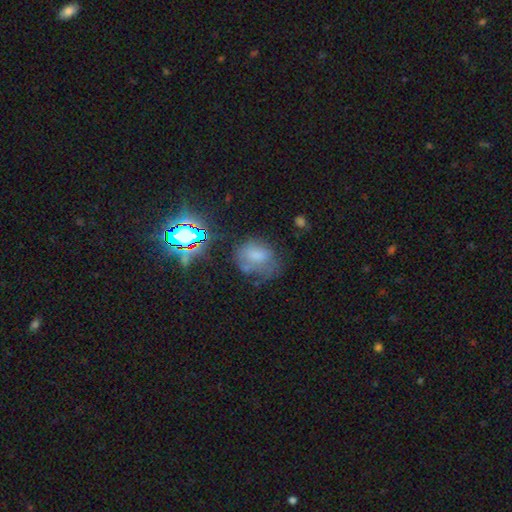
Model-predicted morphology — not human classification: A smooth galaxy with no disk features (59%) that is in between round and cigar-shaped (57%).

Vote fractions:
- Smooth or featured? smooth: 59% / featured or disk: 21% / star or artifact: 20%
- How rounded? in between: 57% / round: 42% / cigar-shaped: 1%
- Merging? none: 42% / minor disturbance: 29% / major disturbance: 23% / merger: 6%